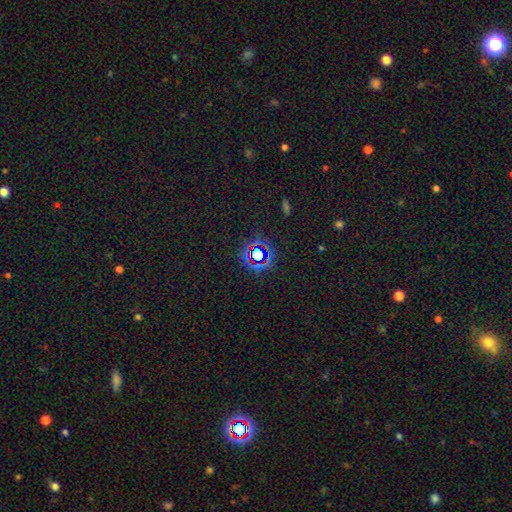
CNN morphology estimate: This is likely a star or artifact rather than a galaxy (76%).